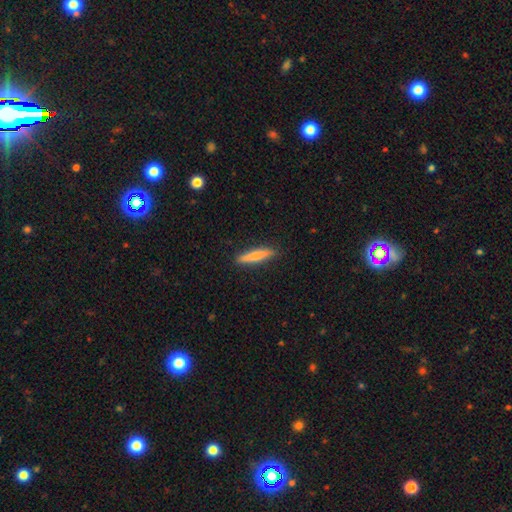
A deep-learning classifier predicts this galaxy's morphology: This appears to be a smooth galaxy with no disk features (69%) that is cigar-shaped (91%). Merging: none (90%).